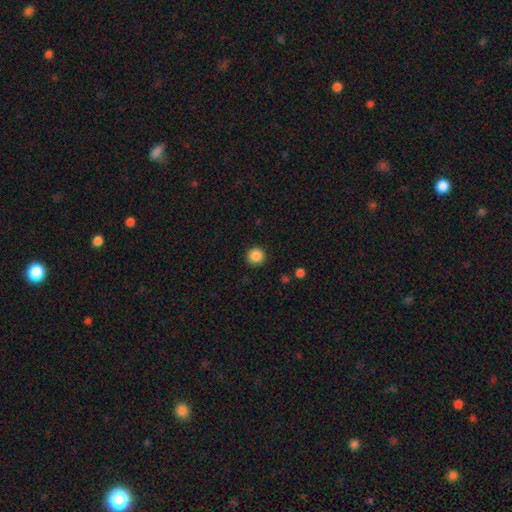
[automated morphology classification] smooth_or_featured: smooth (p=0.87) [alt: star or artifact p=0.10]
how_rounded: round (p=0.94) [alt: in between p=0.05]
merging: none (p=0.91) [alt: minor disturbance p=0.06]